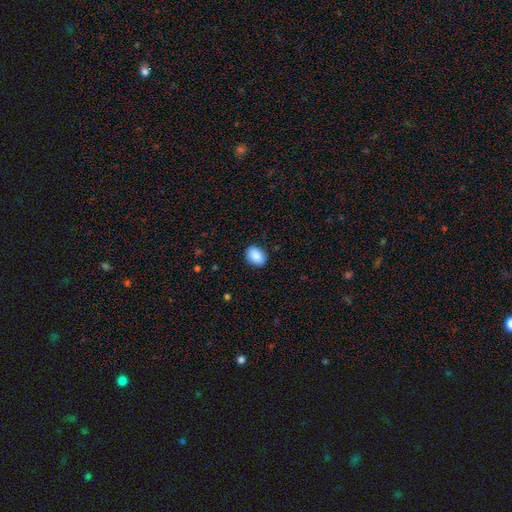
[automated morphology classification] The model was most divided on "how rounded": in between: 80%, round: 19%, cigar-shaped: 1%. More confident: smooth or featured — smooth (88%); merging — none (88%).